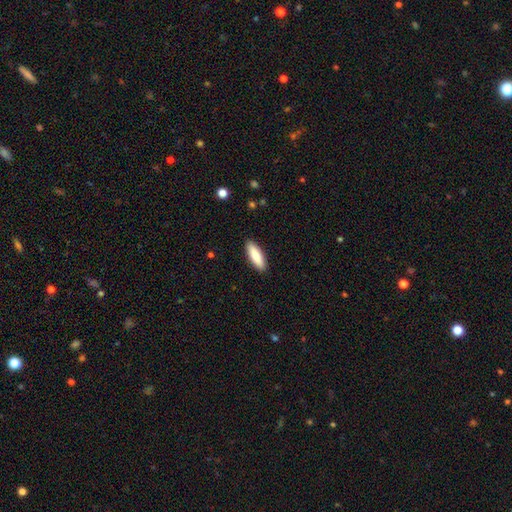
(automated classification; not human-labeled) smooth 83%, featured or disk 11%, star or artifact 5%. Down the decision tree: how rounded — in between (54%); merging — none (90%).